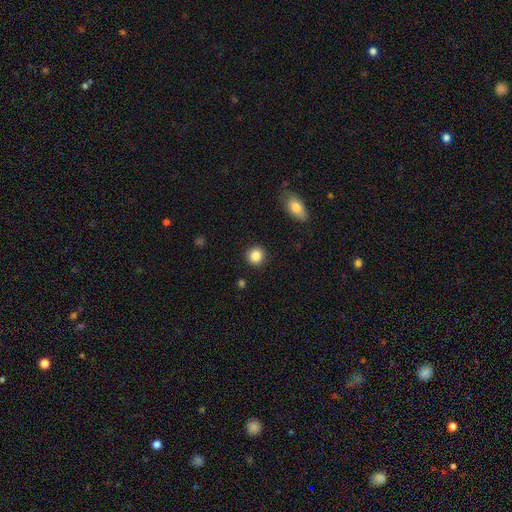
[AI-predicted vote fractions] Q: Smooth or featured?
A: smooth (86%); runner-up: star or artifact (10%)
Q: How rounded?
A: round (92%); runner-up: in between (7%)
Q: Merging?
A: none (91%); runner-up: minor disturbance (5%)